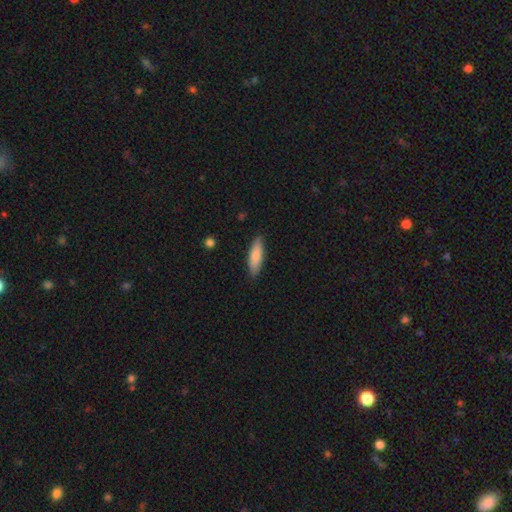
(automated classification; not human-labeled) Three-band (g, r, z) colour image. It shows a smooth galaxy with no disk features (80%) that is cigar-shaped (52%). Merging: none (85%).